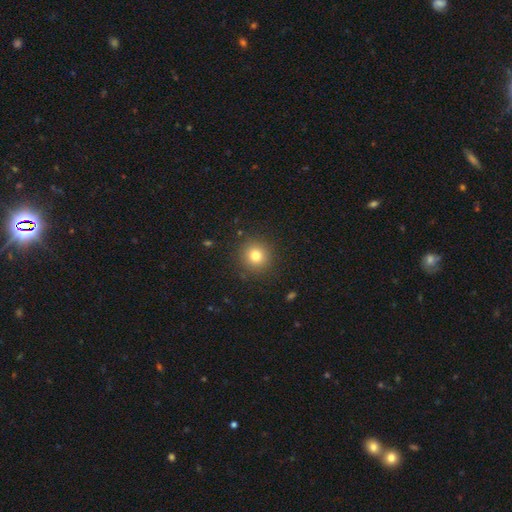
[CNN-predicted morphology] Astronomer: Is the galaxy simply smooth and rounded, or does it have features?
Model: smooth — 78%.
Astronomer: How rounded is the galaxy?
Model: round — 94%.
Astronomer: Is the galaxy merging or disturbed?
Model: none — 90%.